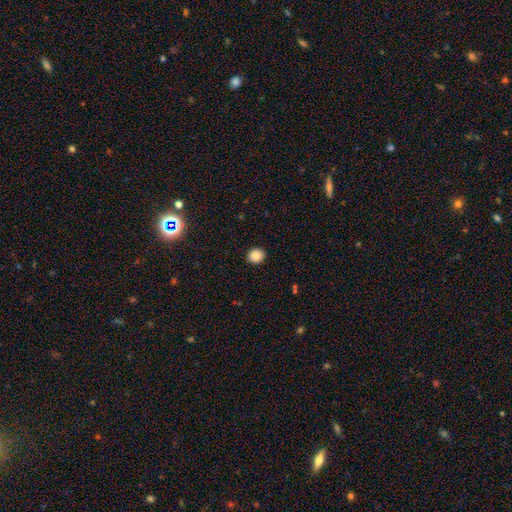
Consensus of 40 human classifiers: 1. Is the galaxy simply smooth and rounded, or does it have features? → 92% smooth, 5% star or artifact, 2% featured or disk.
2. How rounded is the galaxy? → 84% round, 16% in between, 0% cigar-shaped.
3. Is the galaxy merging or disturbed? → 95% none, 3% minor disturbance, 3% merger, 0% major disturbance.